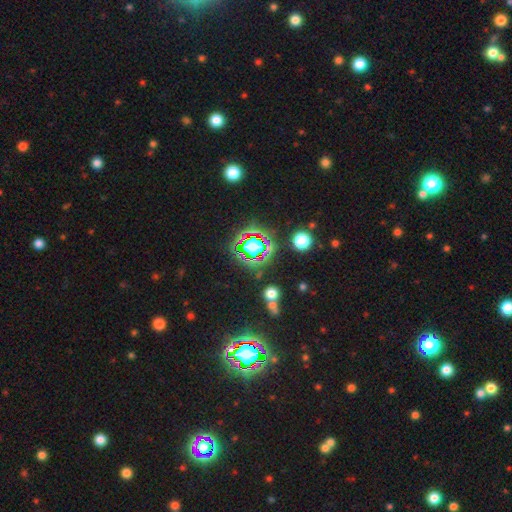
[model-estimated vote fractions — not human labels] Smooth or featured?
  - star or artifact: 81% *
  - smooth: 11%
  - featured or disk: 7%